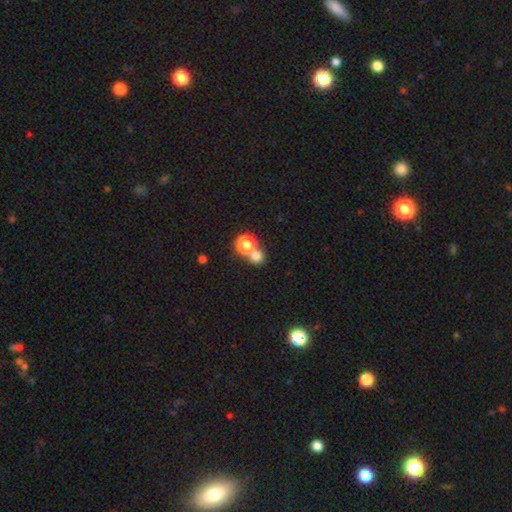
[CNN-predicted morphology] Q: Smooth or featured?
A: smooth (77%); runner-up: star or artifact (16%)
Q: How rounded?
A: round (82%); runner-up: in between (16%)
Q: Merging?
A: none (47%); runner-up: merger (43%)